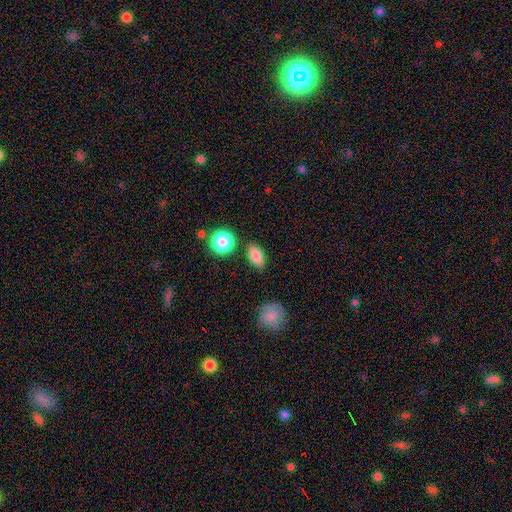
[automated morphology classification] Q: Smooth or featured?
A: smooth (82%); runner-up: star or artifact (9%)
Q: How rounded?
A: in between (84%); runner-up: round (11%)
Q: Merging?
A: none (83%); runner-up: minor disturbance (10%)